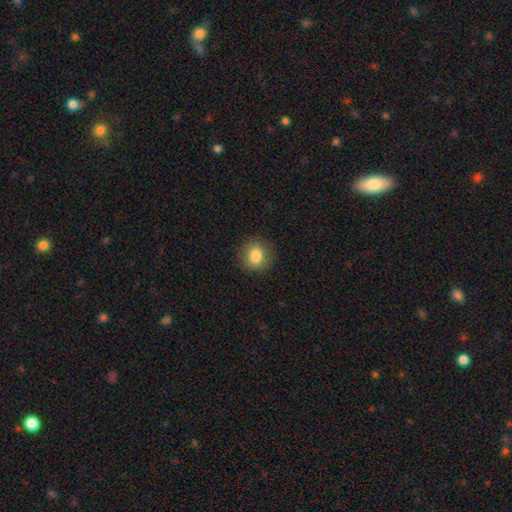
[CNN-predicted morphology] type=smooth (83%); roundness=round (73%); merging=none (87%).